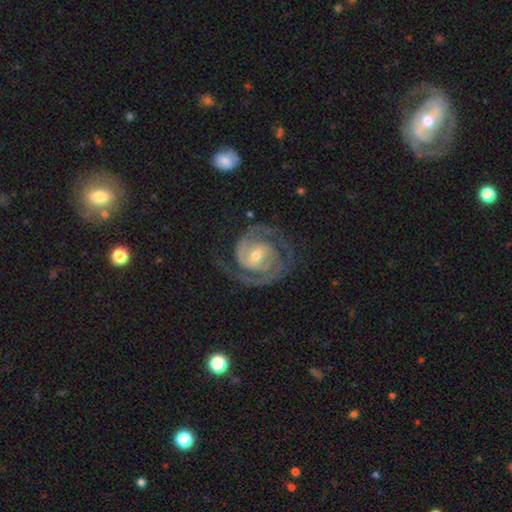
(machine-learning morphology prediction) This is clearly a featured or disk galaxy (92%). It is clearly not viewed edge-on (98%). Bar: possibly weak (48%). Spiral arm pattern: clearly yes (98%). Spiral arm count: clearly 2 (83%). Spiral winding: possibly tight (56%). Central bulge: possibly small (52%). Merging: likely none (75%).